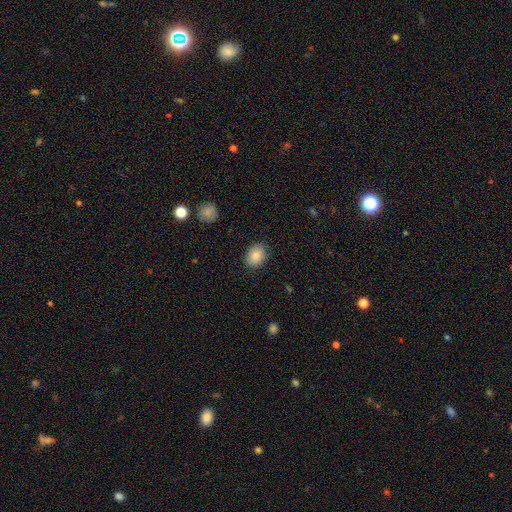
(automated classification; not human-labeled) Q: Smooth or featured?
A: smooth (86%); runner-up: star or artifact (8%)
Q: How rounded?
A: in between (65%); runner-up: round (34%)
Q: Merging?
A: none (84%); runner-up: minor disturbance (12%)